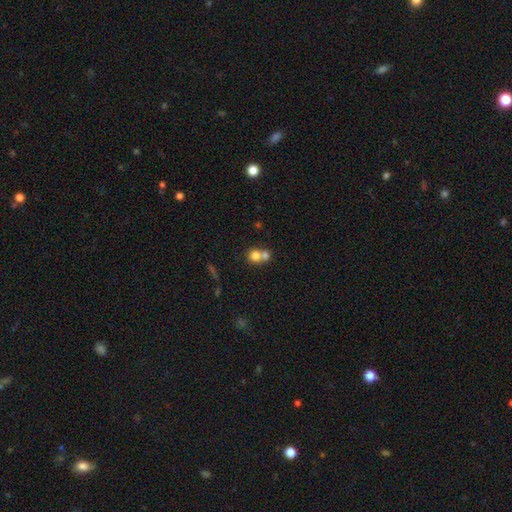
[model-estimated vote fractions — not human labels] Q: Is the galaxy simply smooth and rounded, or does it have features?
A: smooth — 75%.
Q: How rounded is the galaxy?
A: round — 83%.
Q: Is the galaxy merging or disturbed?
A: merger — 59%.